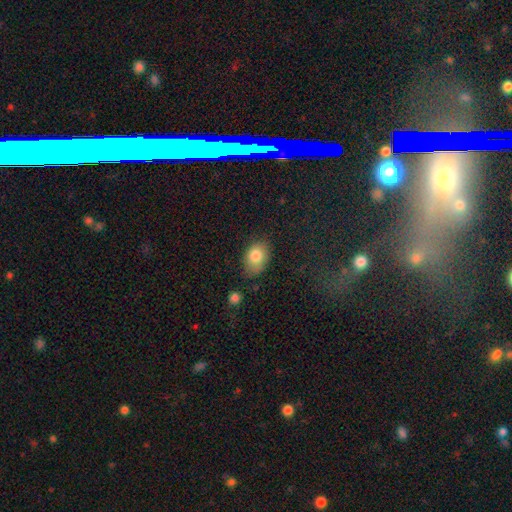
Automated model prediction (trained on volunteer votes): Smooth or featured? smooth (81%)
How rounded? in between (81%)
Merging? none (68%)